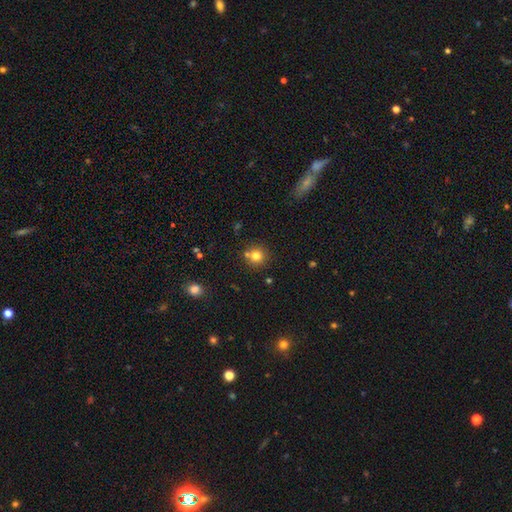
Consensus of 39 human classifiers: A smooth galaxy with no disk features (79%) that is round (97%).

Vote fractions:
- Smooth or featured? smooth: 79% / featured or disk: 10% / star or artifact: 10%
- How rounded? round: 97% / in between: 3% / cigar-shaped: 0%
- Merging? none: 71% / merger: 20% / minor disturbance: 6% / major disturbance: 3%